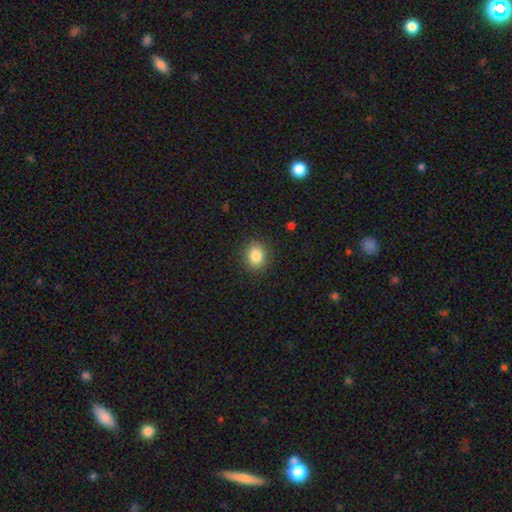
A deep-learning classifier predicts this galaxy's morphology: smooth-or-featured: smooth: 85% | star or artifact: 10% | featured or disk: 5%
  how-rounded: round: 69% | in between: 30% | cigar-shaped: 1%
  merging: none: 89% | minor disturbance: 8% | major disturbance: 3% | merger: 1%